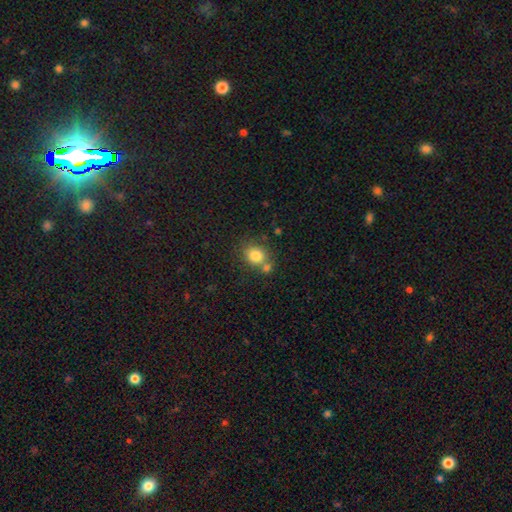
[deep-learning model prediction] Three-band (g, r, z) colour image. It shows a smooth galaxy with no disk features (81%) that is round (70%). Merging: none (57%).